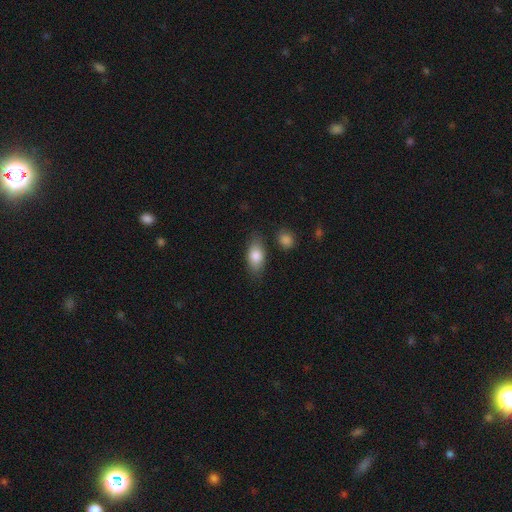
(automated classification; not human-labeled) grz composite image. It shows a smooth galaxy with no disk features (81%) that is in between round and cigar-shaped (86%). Merging: none (78%).